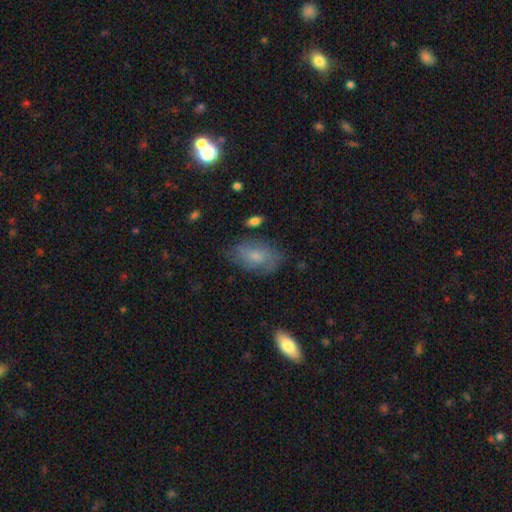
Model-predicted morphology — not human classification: This is likely a smooth galaxy (64%). How rounded: clearly in between (89%). Merging: likely none (65%).